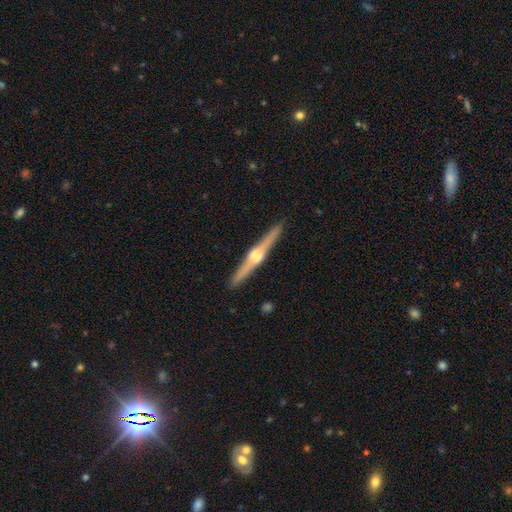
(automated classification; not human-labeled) Q: Smooth or featured?
A: featured or disk (83%); runner-up: smooth (13%)
Q: Edge-on disk?
A: yes (98%); runner-up: no (2%)
Q: Edge-on bulge?
A: rounded (94%); runner-up: boxy (4%)
Q: Merging?
A: none (92%); runner-up: minor disturbance (5%)